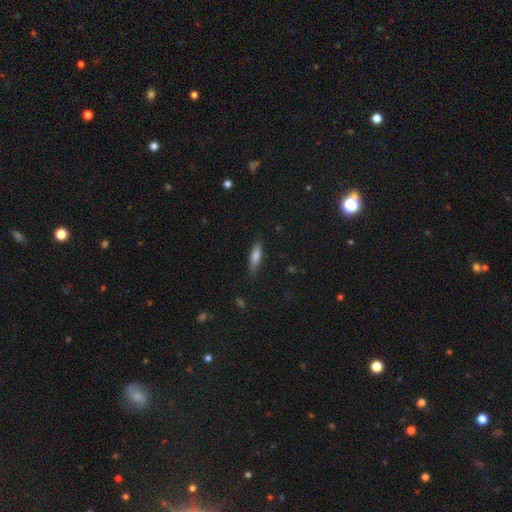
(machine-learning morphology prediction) smooth-or-featured: smooth: 72% | featured or disk: 21% | star or artifact: 7%
  how-rounded: cigar-shaped: 63% | in between: 35% | round: 2%
  merging: none: 83% | minor disturbance: 13% | major disturbance: 3% | merger: 1%